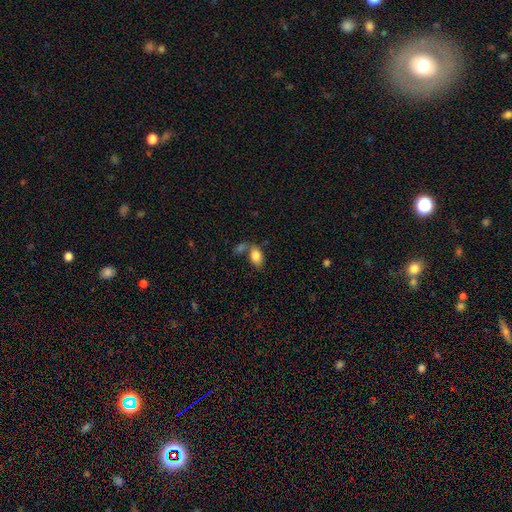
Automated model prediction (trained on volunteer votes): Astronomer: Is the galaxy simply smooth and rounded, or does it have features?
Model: smooth — 84%.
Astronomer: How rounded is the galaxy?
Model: in between — 90%.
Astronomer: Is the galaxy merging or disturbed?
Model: none — 46% (runner-up: merger, 33%).